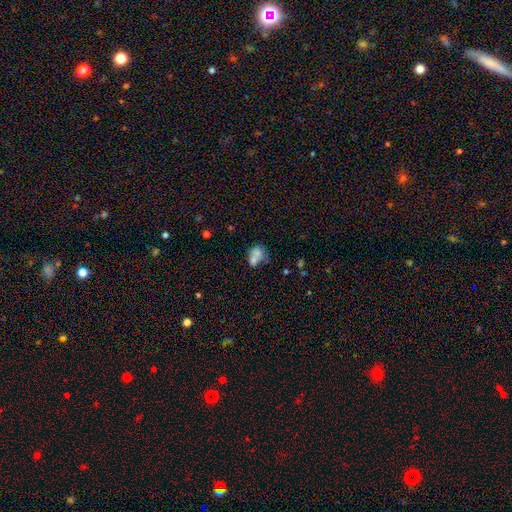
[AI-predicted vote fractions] A smooth galaxy with no disk features (69%) that is in between round and cigar-shaped (59%).

Vote fractions:
- Smooth or featured? smooth: 69% / featured or disk: 20% / star or artifact: 11%
- How rounded? in between: 59% / round: 39% / cigar-shaped: 2%
- Merging? merger: 48% / none: 27% / minor disturbance: 15% / major disturbance: 9%